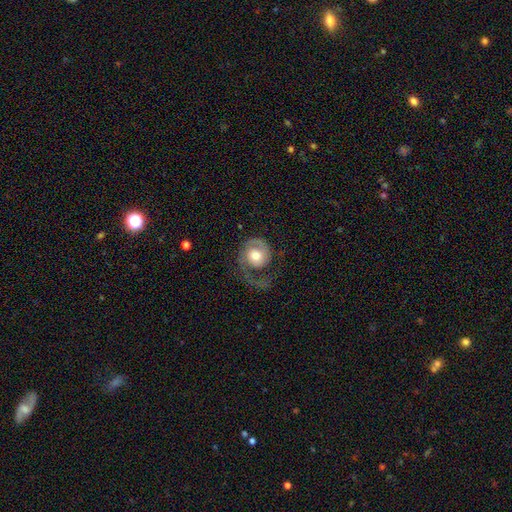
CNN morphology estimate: Q: Smooth or featured?
A: featured or disk (71%); runner-up: smooth (24%)
Q: Edge-on disk?
A: no (98%); runner-up: yes (2%)
Q: Bar?
A: no (75%); runner-up: weak (21%)
Q: Spiral arms?
A: yes (91%); runner-up: no (9%)
Q: Spiral winding?
A: medium (37%); runner-up: loose (32%)
Q: Spiral arm count?
A: 1 (69%); runner-up: 2 (24%)
Q: Bulge size?
A: moderate (60%); runner-up: large (26%)
Q: Merging?
A: major disturbance (42%); runner-up: none (39%)